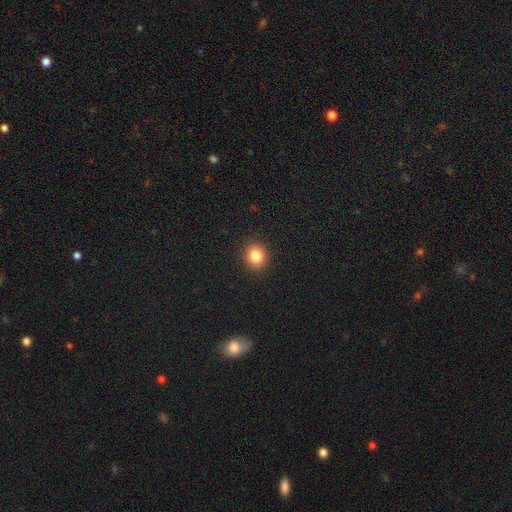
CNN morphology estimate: This appears to be a smooth galaxy with no disk features (84%) that is round (77%). Merging: none (91%).